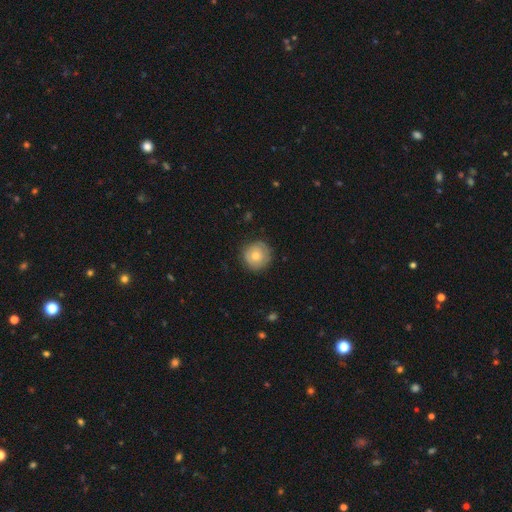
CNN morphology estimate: A smooth galaxy with no disk features (69%) that is round (94%).

Vote fractions:
- Smooth or featured? smooth: 69% / featured or disk: 24% / star or artifact: 7%
- How rounded? round: 94% / in between: 5% / cigar-shaped: 1%
- Merging? none: 83% / minor disturbance: 13% / major disturbance: 3% / merger: 1%